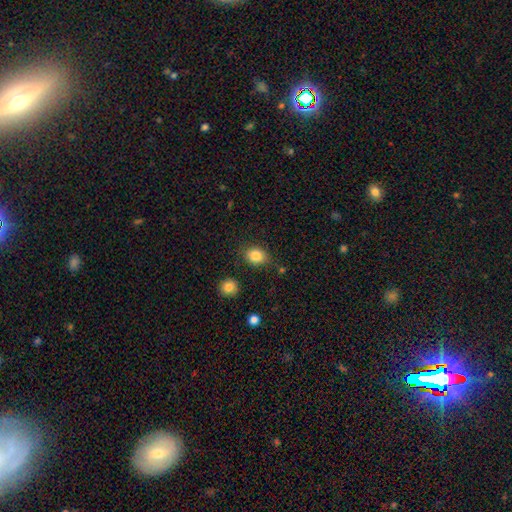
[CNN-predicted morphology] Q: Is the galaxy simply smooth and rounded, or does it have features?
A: smooth — 84%.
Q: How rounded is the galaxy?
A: in between — 53%.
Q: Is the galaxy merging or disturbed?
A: none — 80%.